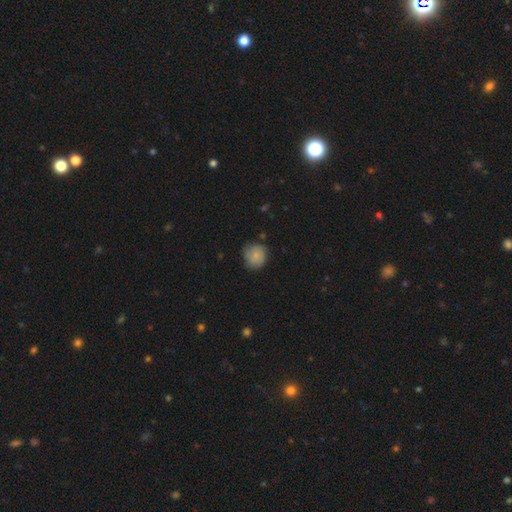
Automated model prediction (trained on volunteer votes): The model was most divided on "merging": none: 66%, minor disturbance: 26%, major disturbance: 6%, merger: 2%. More confident: how rounded — round (83%); smooth or featured — smooth (71%).